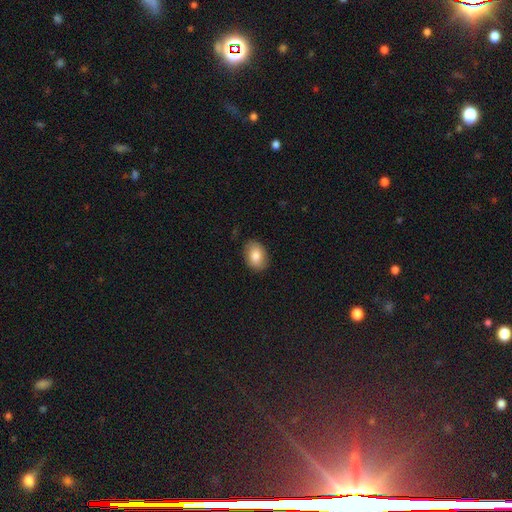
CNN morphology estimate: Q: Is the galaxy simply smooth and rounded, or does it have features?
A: smooth — 83%.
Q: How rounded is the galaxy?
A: in between — 76%.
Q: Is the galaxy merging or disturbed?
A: none — 86%.